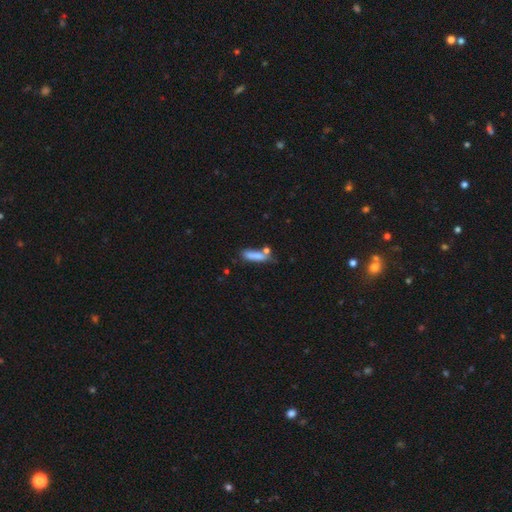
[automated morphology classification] Q: Smooth or featured?
A: smooth (78%); runner-up: featured or disk (14%)
Q: How rounded?
A: cigar-shaped (69%); runner-up: in between (29%)
Q: Merging?
A: none (51%); runner-up: merger (21%)